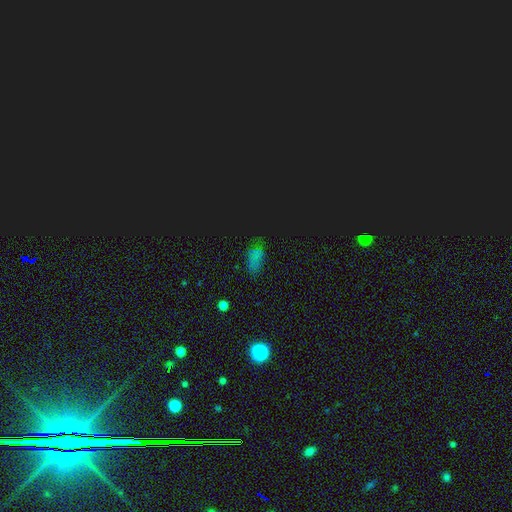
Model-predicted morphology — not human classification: A smooth galaxy with no disk features (51%) that is in between round and cigar-shaped (83%). Merging: none (65%).